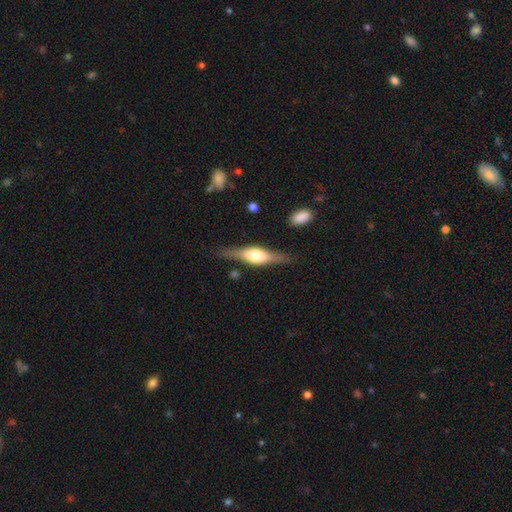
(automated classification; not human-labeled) Smooth or featured: featured or disk — 67% (smooth — 27%)
Edge-on disk: yes — 95% (no — 5%)
Edge-on bulge: rounded — 86% (boxy — 12%)
Merging: none — 82% (minor disturbance — 12%)